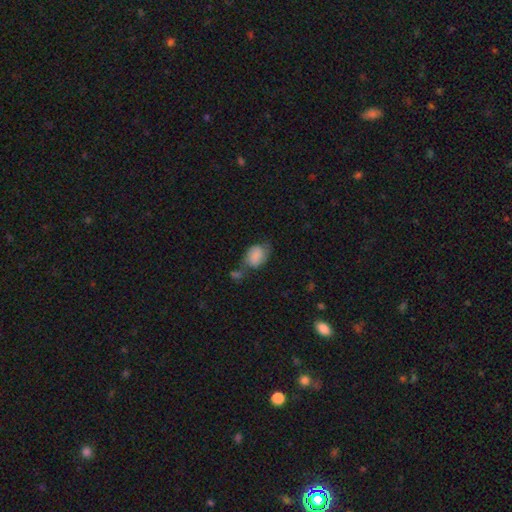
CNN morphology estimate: Smooth or featured: smooth — 77% (featured or disk — 14%)
How rounded: in between — 74% (round — 25%)
Merging: none — 38% (minor disturbance — 27%)